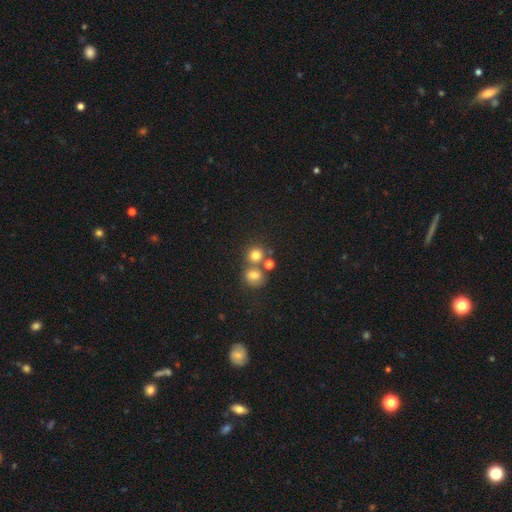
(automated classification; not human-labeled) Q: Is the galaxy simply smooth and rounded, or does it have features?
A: smooth — 75%.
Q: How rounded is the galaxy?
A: round — 86%.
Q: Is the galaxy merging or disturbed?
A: none — 56%.